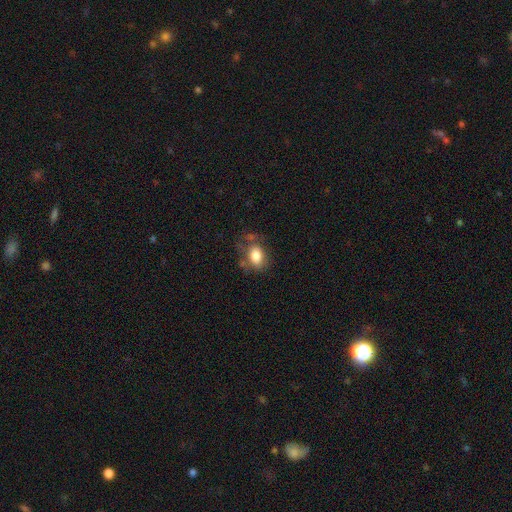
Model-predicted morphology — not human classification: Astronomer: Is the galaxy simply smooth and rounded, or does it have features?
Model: smooth — 80%.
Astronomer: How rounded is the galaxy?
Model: in between — 72%.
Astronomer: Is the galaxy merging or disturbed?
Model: none — 54%.